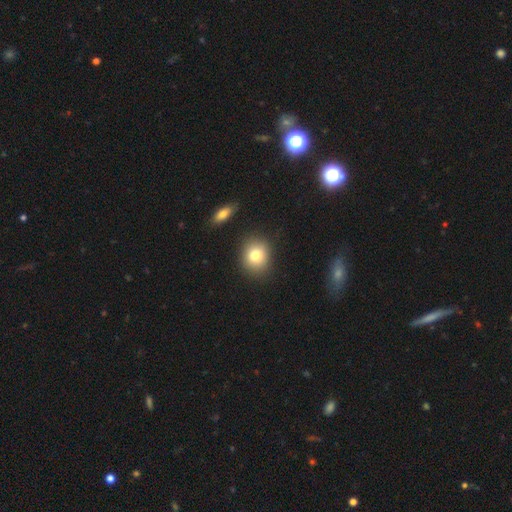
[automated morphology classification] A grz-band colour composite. It shows a smooth galaxy with no disk features (79%) that is round (71%). Merging: none (86%).